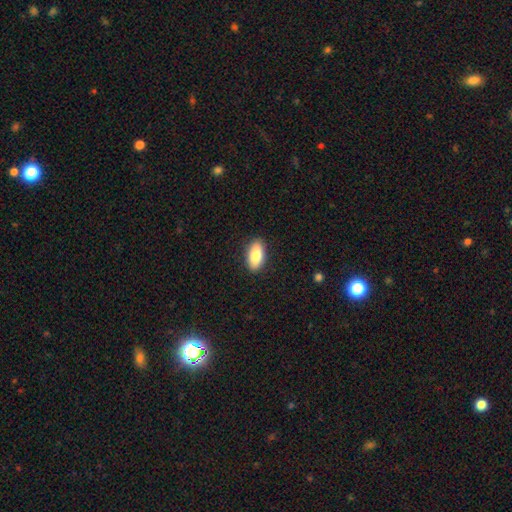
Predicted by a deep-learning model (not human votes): This appears to be a smooth galaxy with no disk features (83%) that is in between round and cigar-shaped (91%). Merging: none (89%).